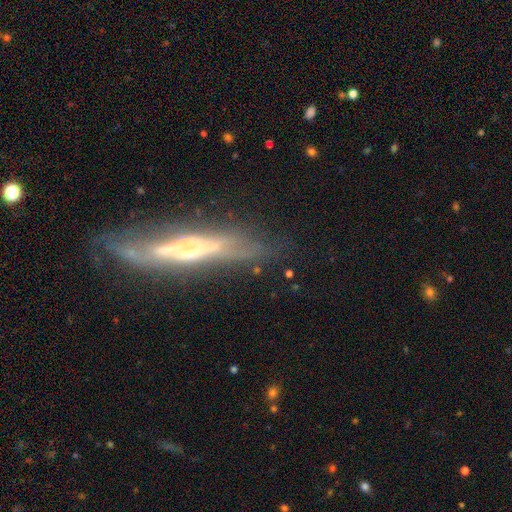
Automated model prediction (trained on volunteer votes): Smooth or featured? featured or disk (71%)
Edge-on disk? yes (74%)
Edge-on bulge? none (46%)
Merging? none (64%)